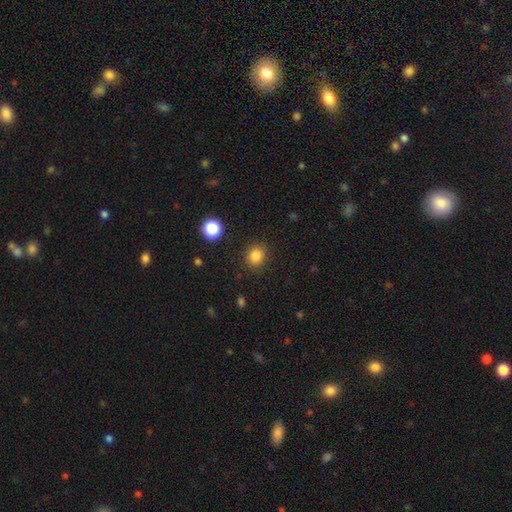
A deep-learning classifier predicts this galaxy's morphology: smooth-or-featured: smooth: 83% | star or artifact: 12% | featured or disk: 4%
  how-rounded: round: 75% | in between: 24% | cigar-shaped: 1%
  merging: none: 88% | minor disturbance: 8% | major disturbance: 3% | merger: 1%